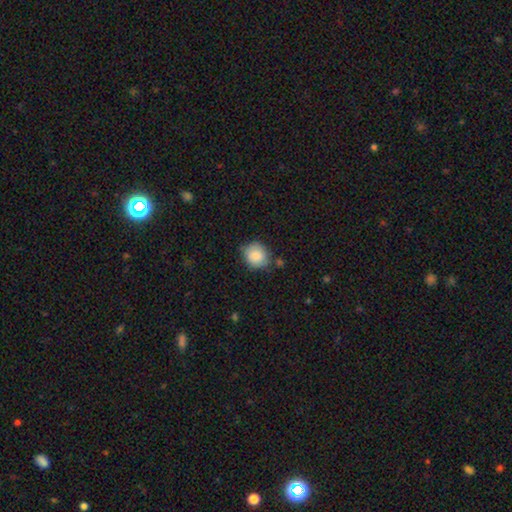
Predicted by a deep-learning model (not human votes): Morphology: type=smooth (86%); roundness=round (79%); merging=none (71%).